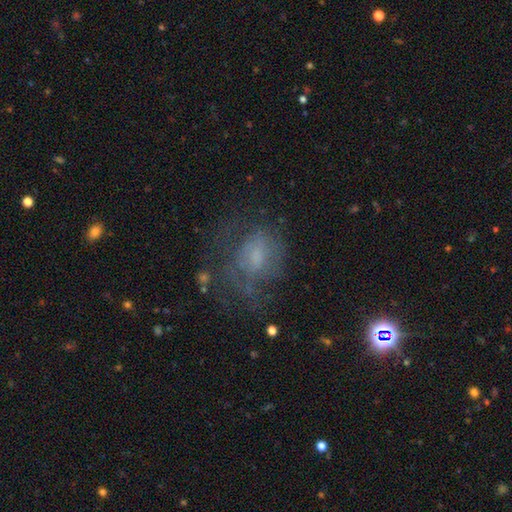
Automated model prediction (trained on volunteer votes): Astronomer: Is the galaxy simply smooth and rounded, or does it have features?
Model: featured or disk — 45% (runner-up: smooth, 38%).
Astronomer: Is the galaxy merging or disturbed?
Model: none — 46% (runner-up: major disturbance, 30%).